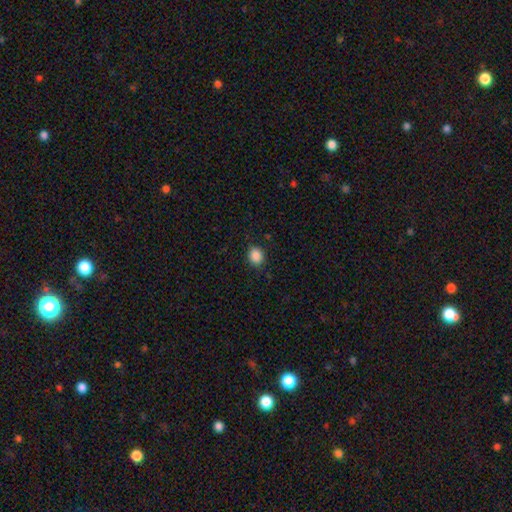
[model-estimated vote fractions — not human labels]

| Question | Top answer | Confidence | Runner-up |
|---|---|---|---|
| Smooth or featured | smooth | 88% | star or artifact (9%) |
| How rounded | round | 67% | in between (32%) |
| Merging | none | 88% | minor disturbance (9%) |